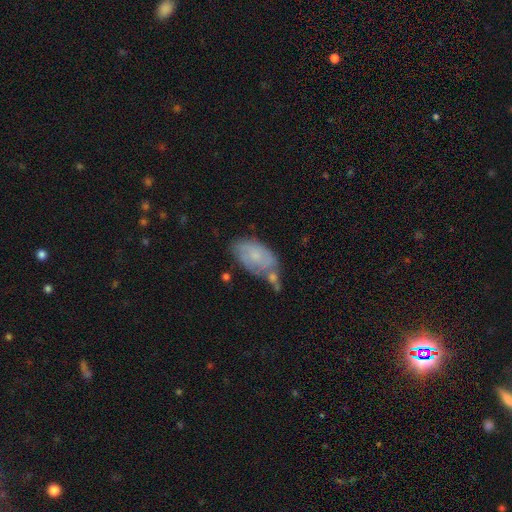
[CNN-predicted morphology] smooth-or-featured: smooth: 52% | featured or disk: 40% | star or artifact: 7%
  how-rounded: in between: 92% | round: 5% | cigar-shaped: 3%
  merging: none: 42% | minor disturbance: 26% | merger: 23% | major disturbance: 10%